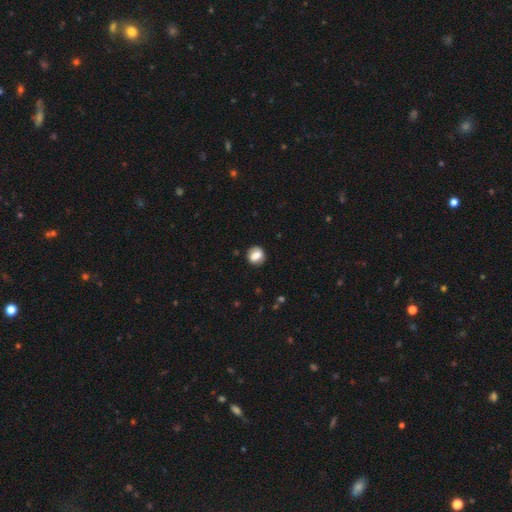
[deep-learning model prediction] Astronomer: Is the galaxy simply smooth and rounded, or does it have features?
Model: smooth — 76%.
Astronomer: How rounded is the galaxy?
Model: round — 68%.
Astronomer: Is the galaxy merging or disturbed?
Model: none — 83%.